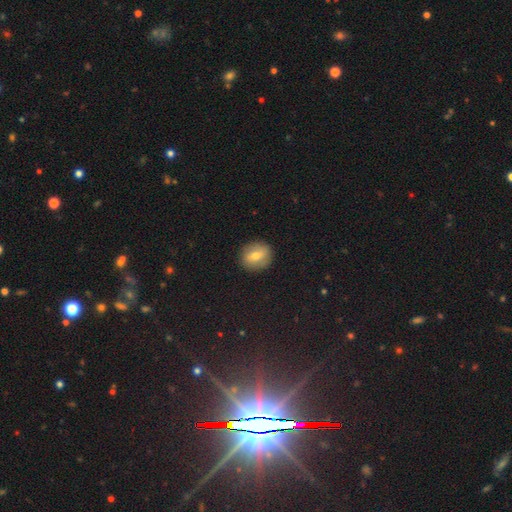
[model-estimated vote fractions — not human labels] A smooth galaxy with no disk features (57%) that is round (65%).

Vote fractions:
- Smooth or featured? smooth: 57% / featured or disk: 33% / star or artifact: 10%
- How rounded? round: 65% / in between: 33% / cigar-shaped: 2%
- Merging? none: 88% / minor disturbance: 8% / major disturbance: 2% / merger: 1%